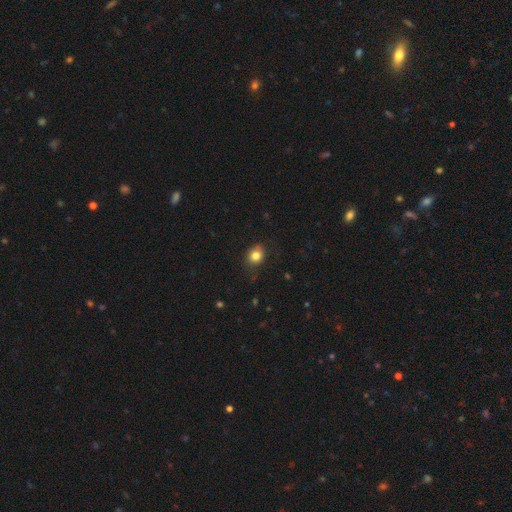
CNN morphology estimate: The model was most divided on "how rounded": round: 60%, in between: 39%, cigar-shaped: 1%. More confident: smooth or featured — smooth (83%); merging — none (76%).